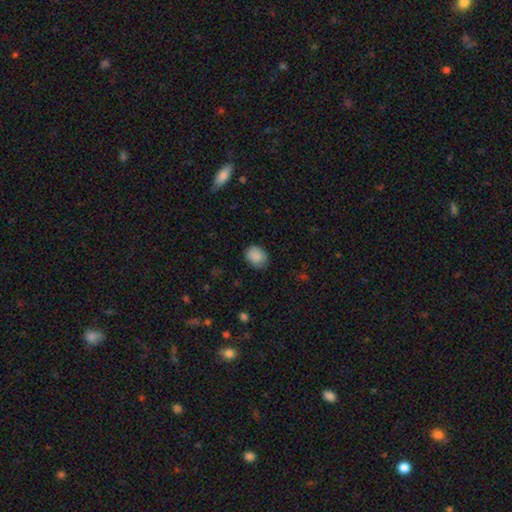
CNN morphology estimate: Smooth or featured? smooth (87%)
How rounded? in between (54%)
Merging? none (76%)